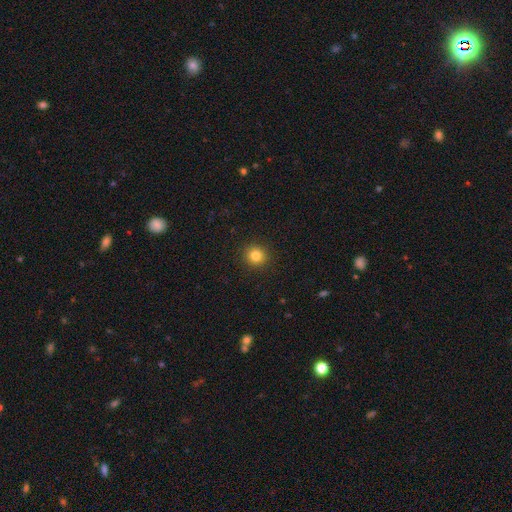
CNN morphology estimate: smooth 82%, star or artifact 12%, featured or disk 6%. Down the decision tree: how rounded — round (93%); merging — none (92%).